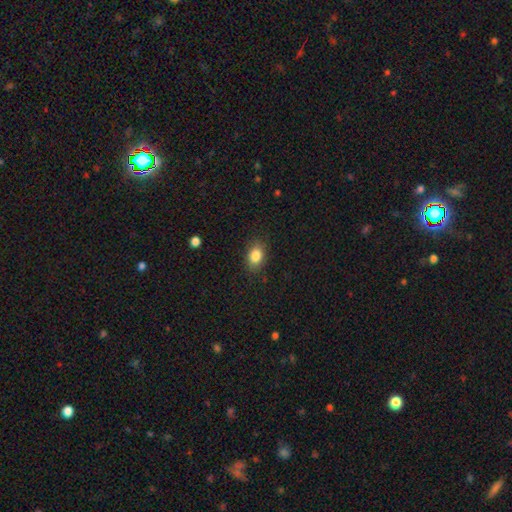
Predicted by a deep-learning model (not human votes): Smooth or featured: smooth — 85% (star or artifact — 9%)
How rounded: in between — 77% (round — 22%)
Merging: none — 85% (minor disturbance — 11%)